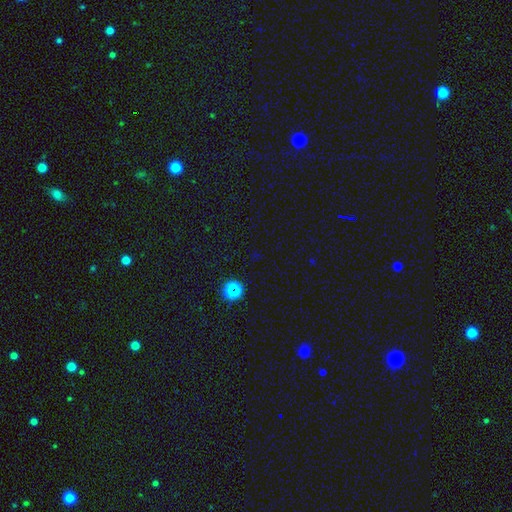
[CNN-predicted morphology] This appears to be a star or artifact, not a galaxy (66%).